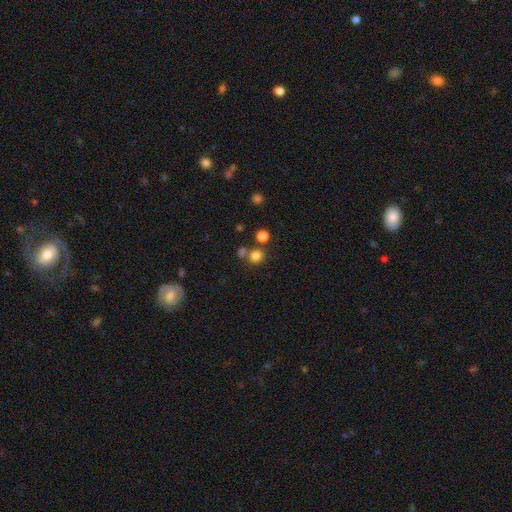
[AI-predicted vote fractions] Smooth or featured? smooth (79%)
How rounded? round (89%)
Merging? none (70%)